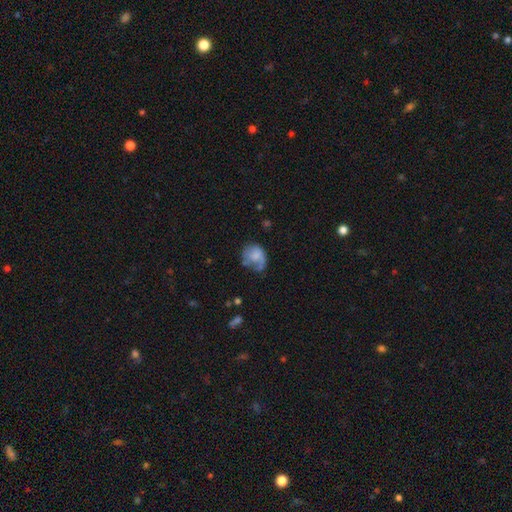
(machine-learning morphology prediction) Smooth or featured: smooth — 58% (featured or disk — 32%)
How rounded: round — 55% (in between — 44%)
Merging: none — 37% (minor disturbance — 31%)